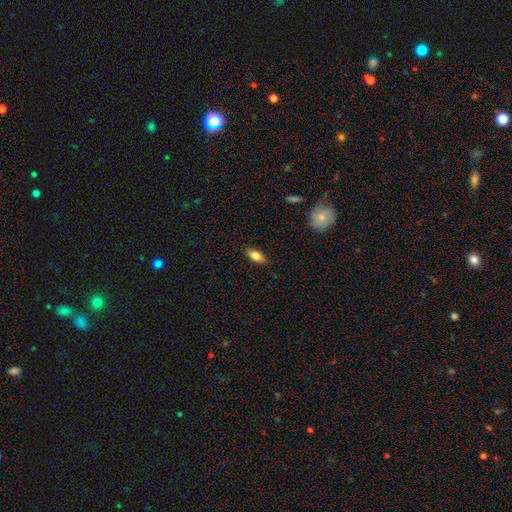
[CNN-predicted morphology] Q: Smooth or featured?
A: smooth (81%); runner-up: featured or disk (12%)
Q: How rounded?
A: in between (86%); runner-up: cigar-shaped (10%)
Q: Merging?
A: none (86%); runner-up: minor disturbance (11%)